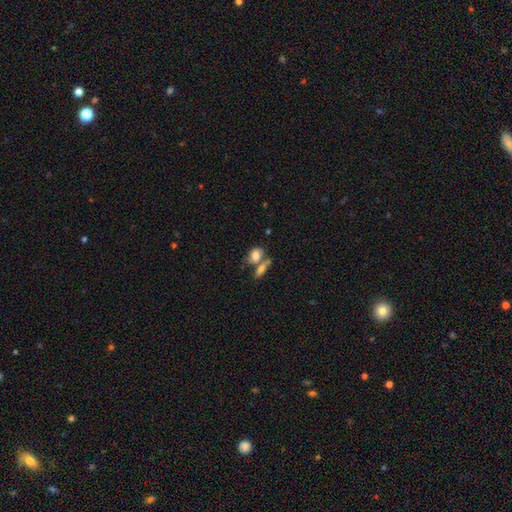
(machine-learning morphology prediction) Smooth or featured? Predicted: smooth (p=0.74). How rounded? Predicted: in between (p=0.81). Merging? Predicted: merger (p=0.43).